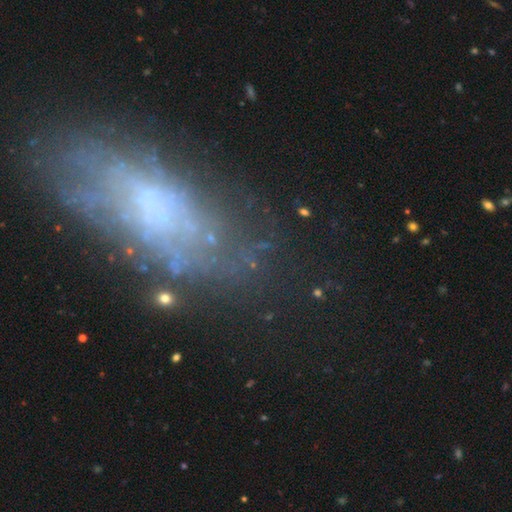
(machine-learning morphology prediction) This appears to be a featured or disk galaxy (50%). Merging: none (56%).